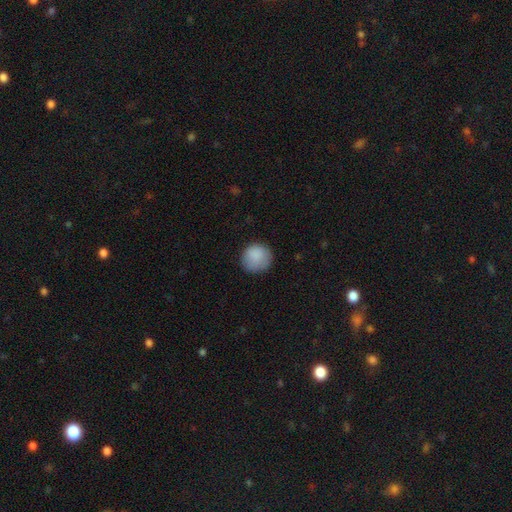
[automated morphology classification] Smooth or featured? smooth (87%)
How rounded? round (88%)
Merging? none (78%)